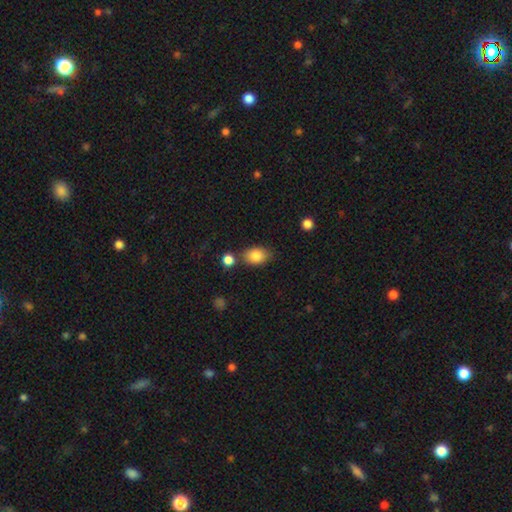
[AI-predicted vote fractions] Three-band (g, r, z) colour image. It shows a smooth galaxy with no disk features (84%) that is in between round and cigar-shaped (79%). Merging: none (71%).